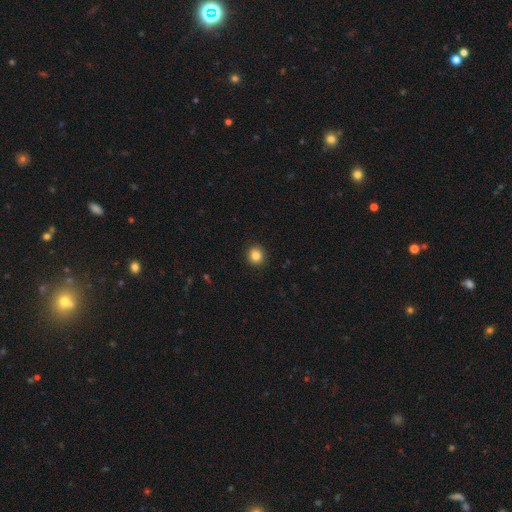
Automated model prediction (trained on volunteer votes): The model was most divided on "smooth or featured": smooth: 85%, star or artifact: 10%, featured or disk: 5%. More confident: merging — none (92%); how rounded — round (90%).